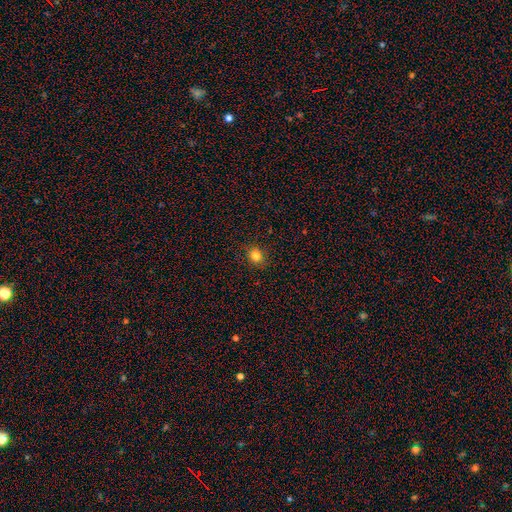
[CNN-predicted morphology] This is clearly a smooth galaxy (82%). How rounded: likely round (73%). Merging: clearly none (88%).